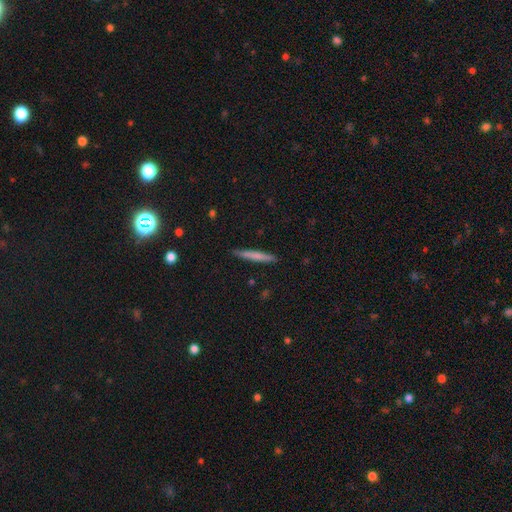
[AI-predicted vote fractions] Smooth or featured: smooth — 67% (featured or disk — 27%)
How rounded: cigar-shaped — 95% (in between — 3%)
Merging: none — 89% (minor disturbance — 8%)